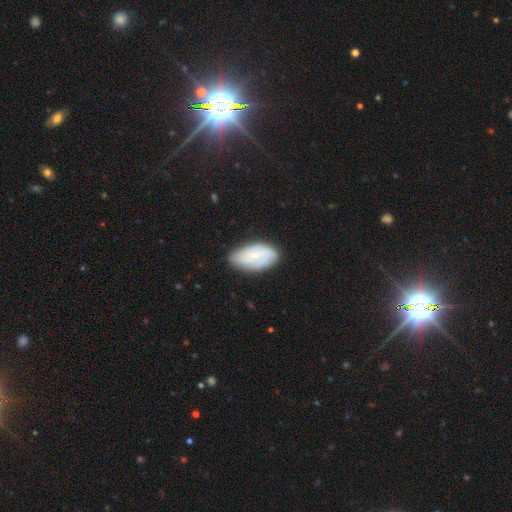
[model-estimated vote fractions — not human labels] Smooth or featured: featured or disk — 51% (smooth — 43%)
Edge-on disk: no — 94% (yes — 6%)
Merging: none — 72% (minor disturbance — 22%)